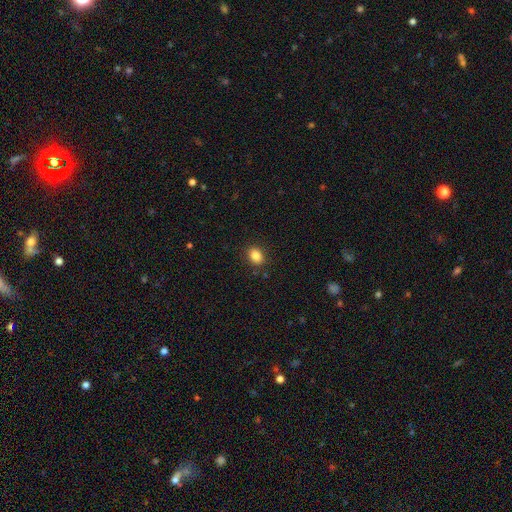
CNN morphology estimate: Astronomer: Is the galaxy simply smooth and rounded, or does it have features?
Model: smooth — 85%.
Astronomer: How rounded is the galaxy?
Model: in between — 60% (runner-up: round, 39%).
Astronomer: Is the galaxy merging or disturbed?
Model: none — 88%.